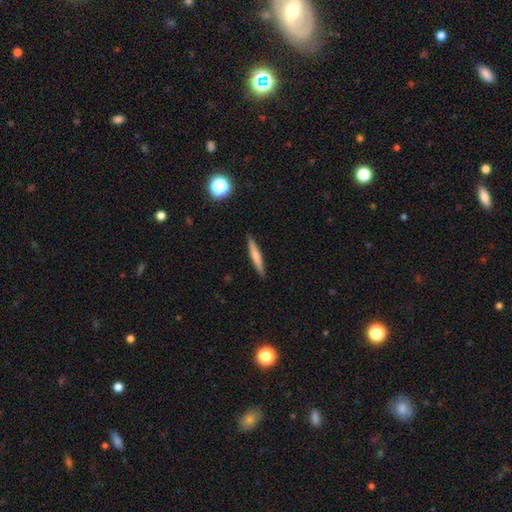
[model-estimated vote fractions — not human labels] The model was most divided on "smooth or featured": smooth: 65%, featured or disk: 28%, star or artifact: 7%. More confident: how rounded — cigar-shaped (93%); merging — none (90%).